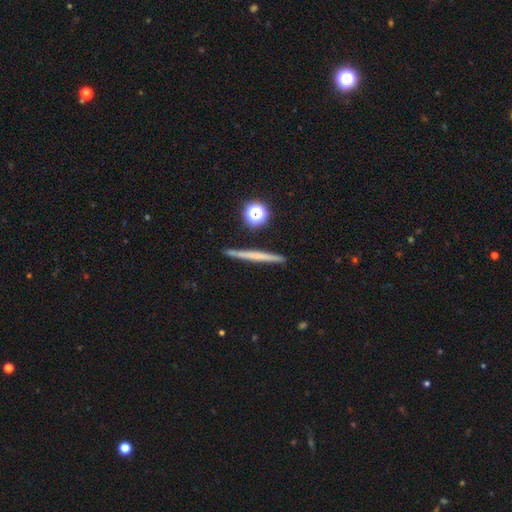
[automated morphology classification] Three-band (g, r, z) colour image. It shows a featured or disk galaxy (46%, tied with smooth). Merging: none (90%).